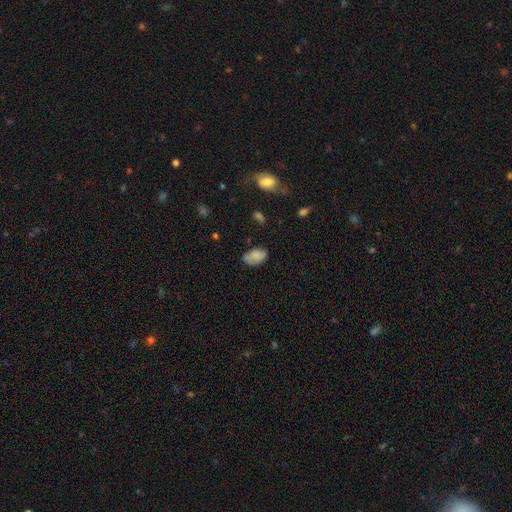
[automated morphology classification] A smooth galaxy with no disk features (72%) that is in between round and cigar-shaped (91%). Merging: none (61%).